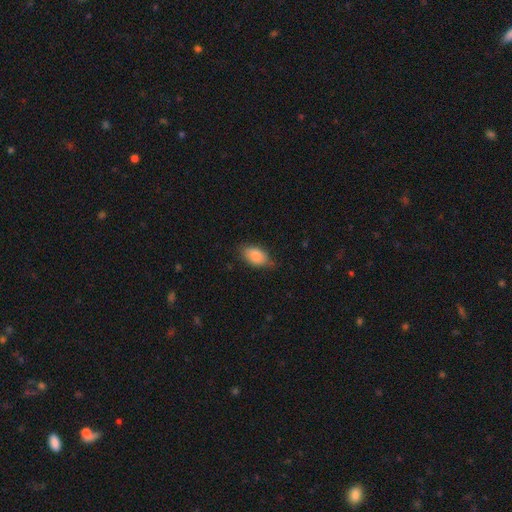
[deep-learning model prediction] Q: Smooth or featured?
A: smooth (86%); runner-up: featured or disk (7%)
Q: How rounded?
A: in between (90%); runner-up: round (8%)
Q: Merging?
A: none (70%); runner-up: minor disturbance (24%)